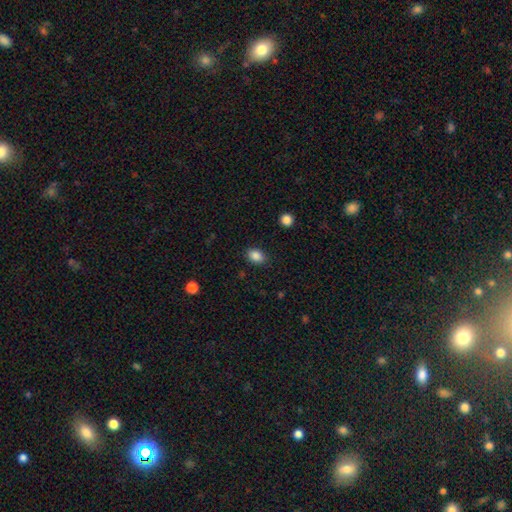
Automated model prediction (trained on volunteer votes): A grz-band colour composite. It shows a smooth galaxy with no disk features (87%) that is in between round and cigar-shaped (76%). Merging: none (87%).